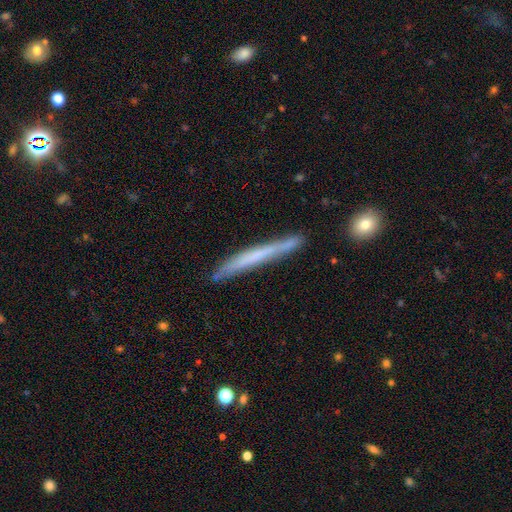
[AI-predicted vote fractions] The model was most divided on "smooth or featured": smooth: 48%, featured or disk: 46%, star or artifact: 6%. More confident: merging — none (82%).